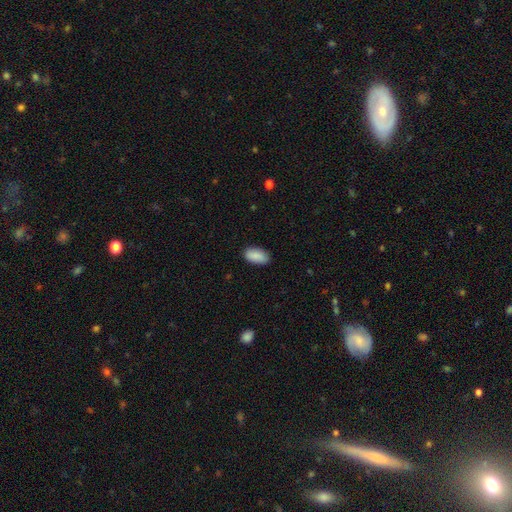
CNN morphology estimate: type=smooth (89%); roundness=in between (94%); merging=none (87%).